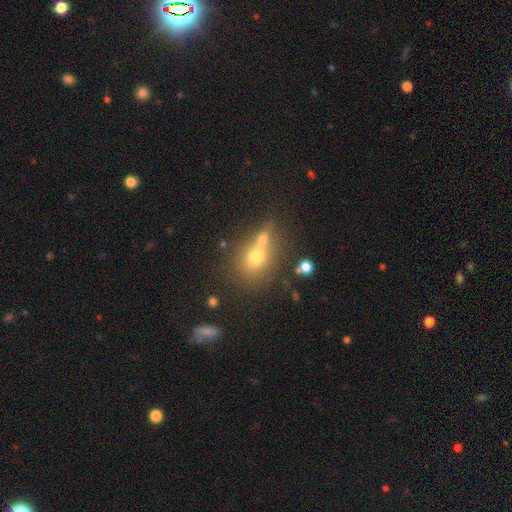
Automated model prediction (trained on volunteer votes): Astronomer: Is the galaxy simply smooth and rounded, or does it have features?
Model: smooth — 56%.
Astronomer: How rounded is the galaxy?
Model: round — 58% (runner-up: in between, 37%).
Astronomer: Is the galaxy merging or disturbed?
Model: merger — 50% (runner-up: none, 35%).